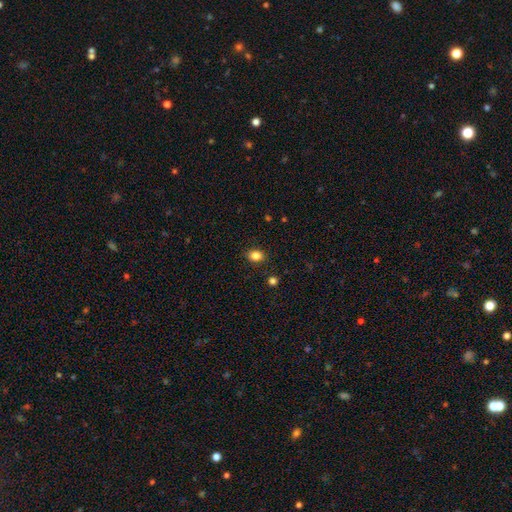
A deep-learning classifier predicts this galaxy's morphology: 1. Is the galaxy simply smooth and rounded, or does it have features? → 84% smooth, 11% star or artifact, 5% featured or disk.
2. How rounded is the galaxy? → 66% in between, 32% round, 1% cigar-shaped.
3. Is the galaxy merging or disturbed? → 87% none, 9% minor disturbance, 2% major disturbance, 1% merger.